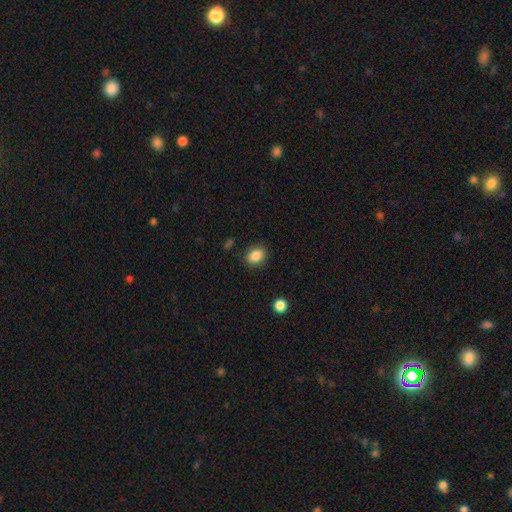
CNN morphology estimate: smooth_or_featured: smooth (p=0.86) [alt: star or artifact p=0.09]
how_rounded: in between (p=0.51) [alt: round p=0.48]
merging: none (p=0.87) [alt: minor disturbance p=0.09]